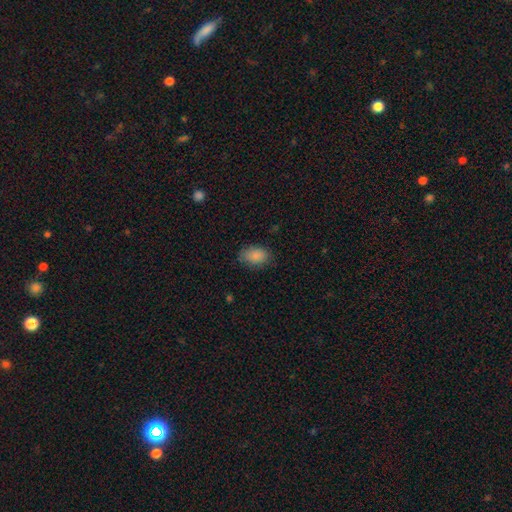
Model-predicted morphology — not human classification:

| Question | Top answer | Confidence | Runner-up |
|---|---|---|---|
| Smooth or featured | smooth | 87% | star or artifact (8%) |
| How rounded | in between | 84% | round (14%) |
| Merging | none | 79% | minor disturbance (16%) |